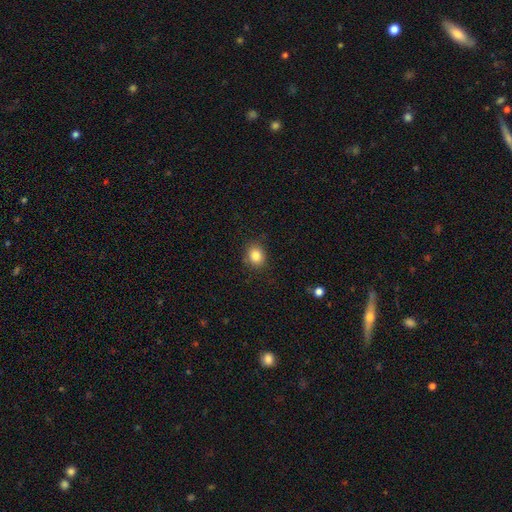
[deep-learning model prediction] smooth_or_featured: smooth (p=0.83) [alt: star or artifact p=0.11]
how_rounded: round (p=0.67) [alt: in between p=0.32]
merging: none (p=0.85) [alt: minor disturbance p=0.11]